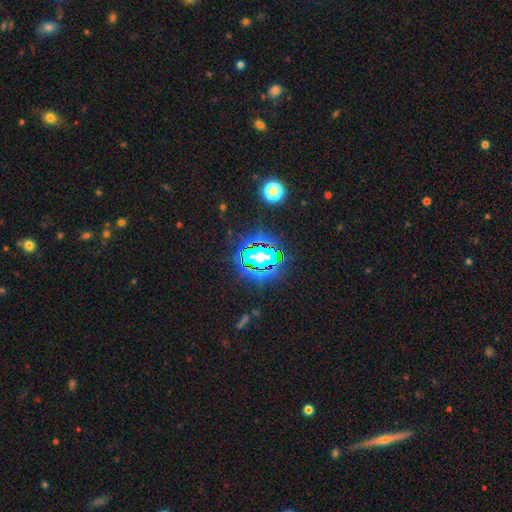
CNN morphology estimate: Overall: star or artifact (74%).